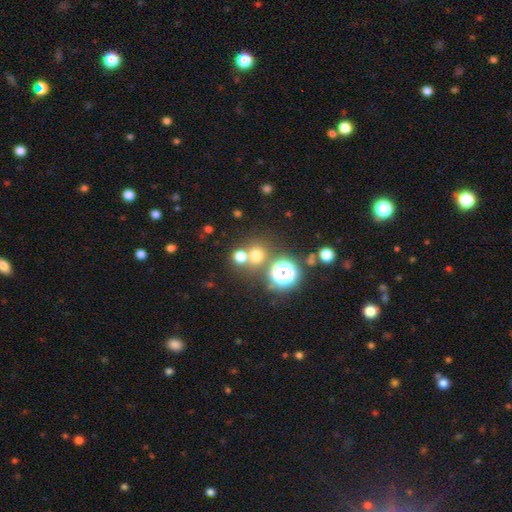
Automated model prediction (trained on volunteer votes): Smooth or featured? smooth (62%)
How rounded? round (89%)
Merging? none (67%)